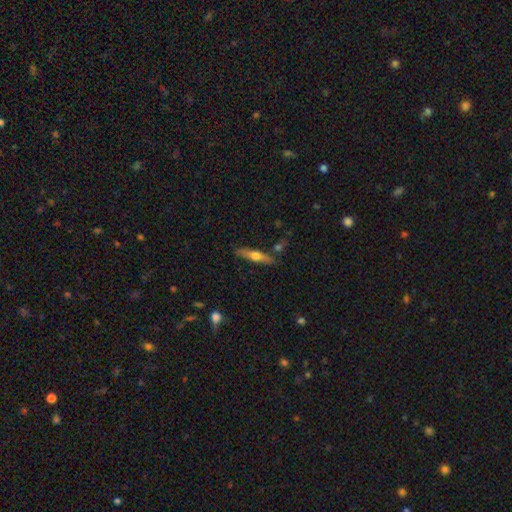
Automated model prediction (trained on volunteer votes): smooth-or-featured: featured or disk: 50% | smooth: 44% | star or artifact: 6%
  merging: none: 83% | minor disturbance: 10% | merger: 4% | major disturbance: 2%